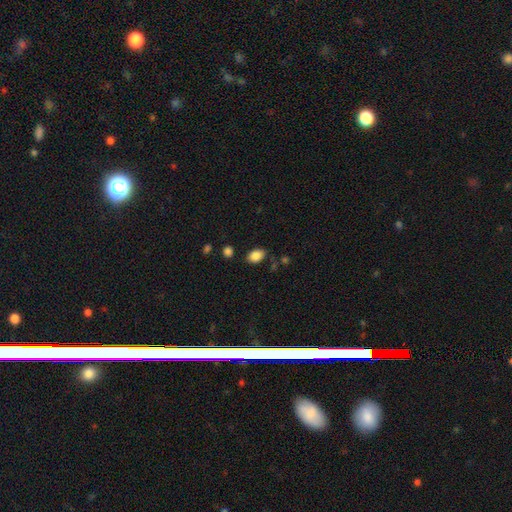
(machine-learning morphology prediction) A smooth galaxy with no disk features (87%) that is in between round and cigar-shaped (82%). Merging: none (80%).